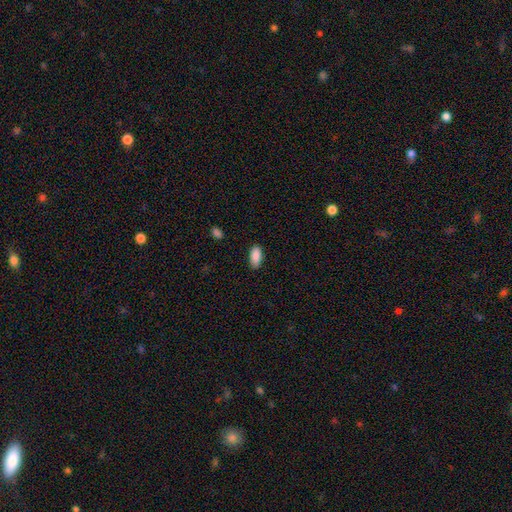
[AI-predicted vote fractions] Smooth or featured? smooth (90%)
How rounded? in between (89%)
Merging? none (84%)